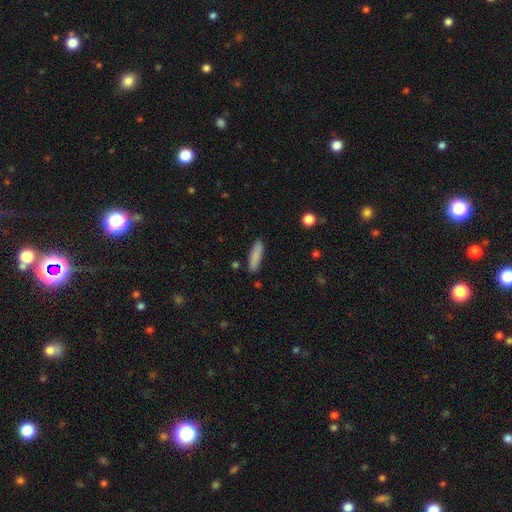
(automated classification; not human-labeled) smooth 86%, featured or disk 7%, star or artifact 7%. Down the decision tree: how rounded — cigar-shaped (70%); merging — none (86%).